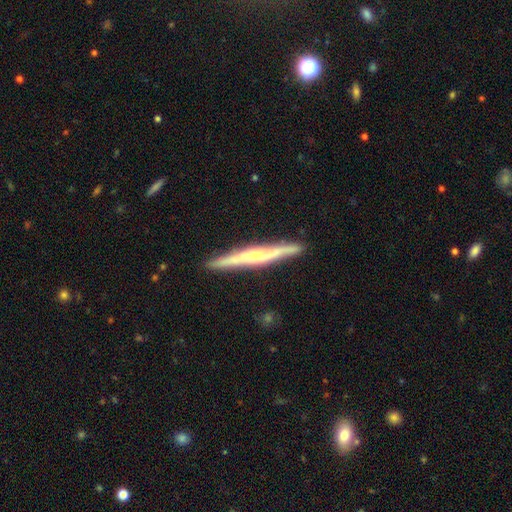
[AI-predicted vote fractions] Morphology: type=featured or disk (68%); edge-on=yes (97%); edge-on bulge=rounded (43%); merging=none (89%).